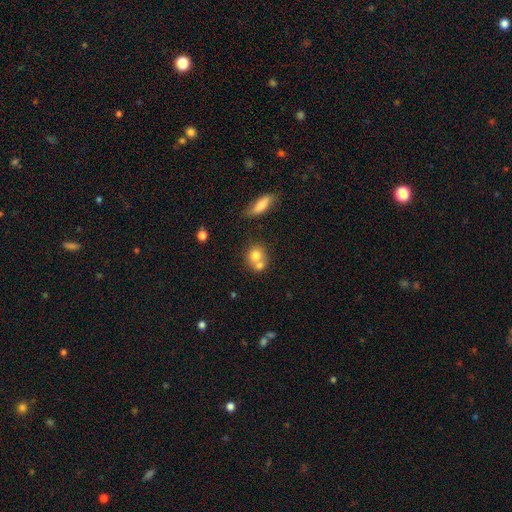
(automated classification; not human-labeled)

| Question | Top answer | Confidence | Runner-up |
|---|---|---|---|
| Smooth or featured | smooth | 72% | featured or disk (18%) |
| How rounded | round | 75% | in between (23%) |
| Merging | merger | 53% | none (36%) |